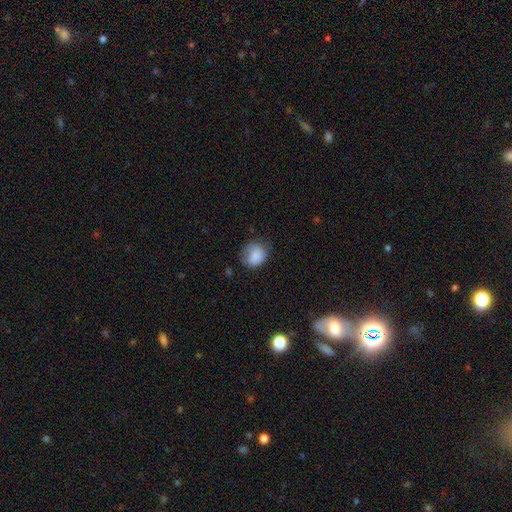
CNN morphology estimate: A smooth galaxy with no disk features (78%) that is round (60%).

Vote fractions:
- Smooth or featured? smooth: 78% / featured or disk: 14% / star or artifact: 8%
- How rounded? round: 60% / in between: 39% / cigar-shaped: 1%
- Merging? none: 58% / minor disturbance: 30% / major disturbance: 11% / merger: 2%